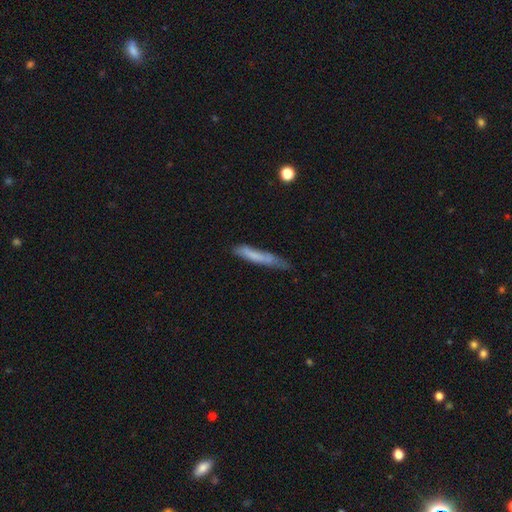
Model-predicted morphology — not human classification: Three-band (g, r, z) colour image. It shows a smooth galaxy with no disk features (66%) that is cigar-shaped (92%). Merging: none (60%).